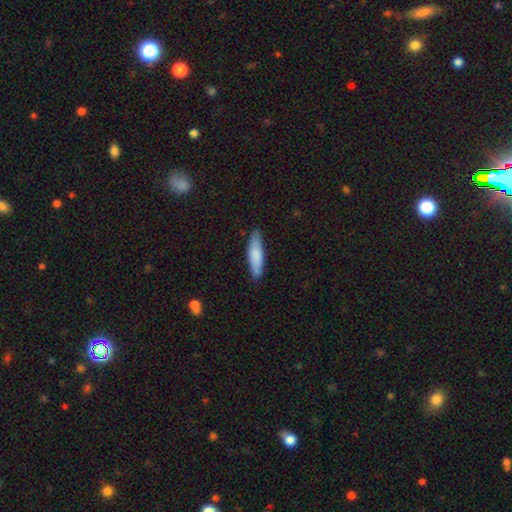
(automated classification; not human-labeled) The model was most divided on "how rounded": cigar-shaped: 70%, in between: 29%, round: 1%. More confident: merging — none (86%); smooth or featured — smooth (81%).